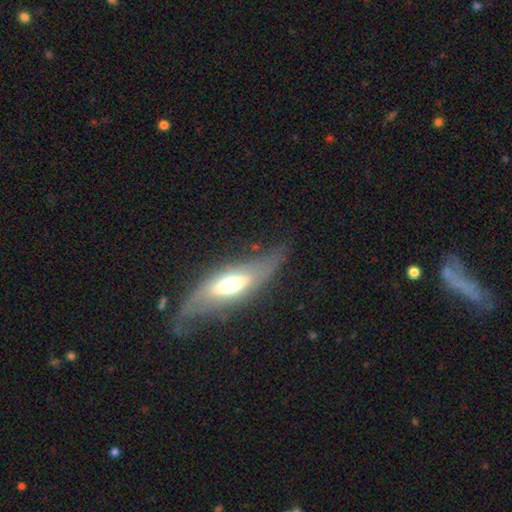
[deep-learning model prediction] Smooth or featured: featured or disk — 75% (smooth — 18%)
Edge-on disk: no — 68% (yes — 32%)
Bar: no — 43% (weak — 35%)
Spiral arms: yes — 83% (no — 17%)
Bulge size: moderate — 60% (large — 26%)
Merging: none — 62% (minor disturbance — 24%)